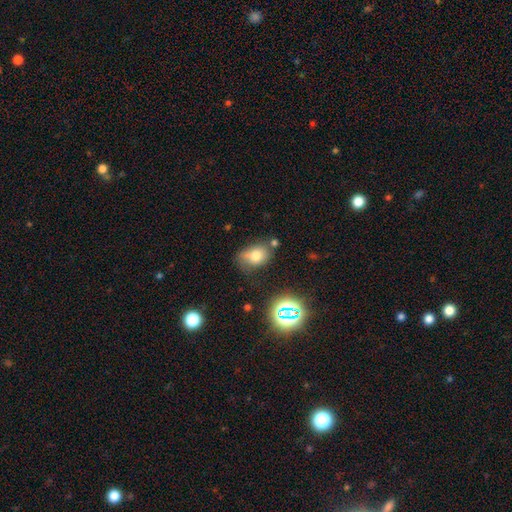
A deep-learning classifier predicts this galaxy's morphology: Smooth or featured: smooth — 72% (star or artifact — 15%)
How rounded: in between — 73% (round — 26%)
Merging: none — 54% (minor disturbance — 28%)